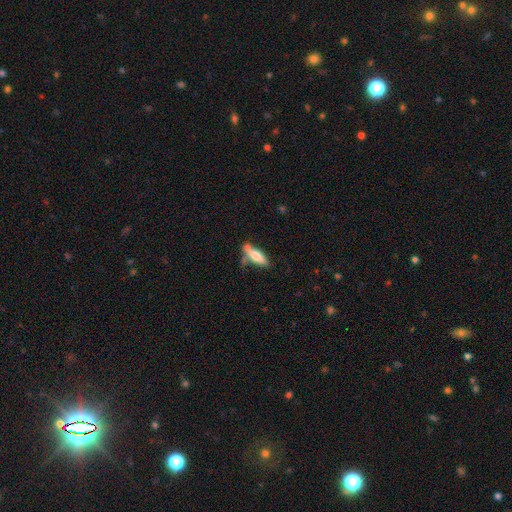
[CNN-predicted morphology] Q: Smooth or featured?
A: smooth (63%); runner-up: featured or disk (31%)
Q: How rounded?
A: cigar-shaped (56%); runner-up: in between (42%)
Q: Merging?
A: none (50%); runner-up: minor disturbance (23%)